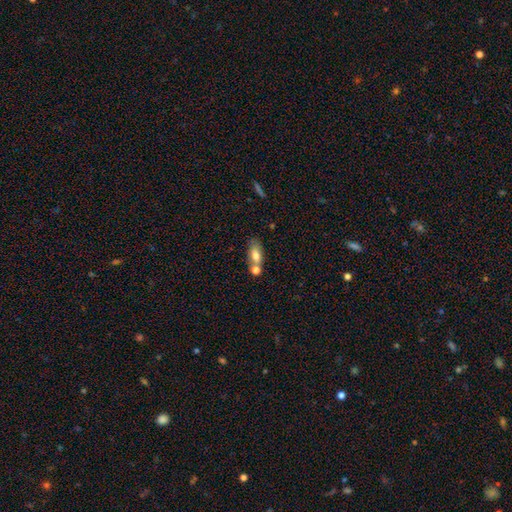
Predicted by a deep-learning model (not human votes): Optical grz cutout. It shows a smooth galaxy with no disk features (73%) that is in between round and cigar-shaped (79%). Merging: none (45%).